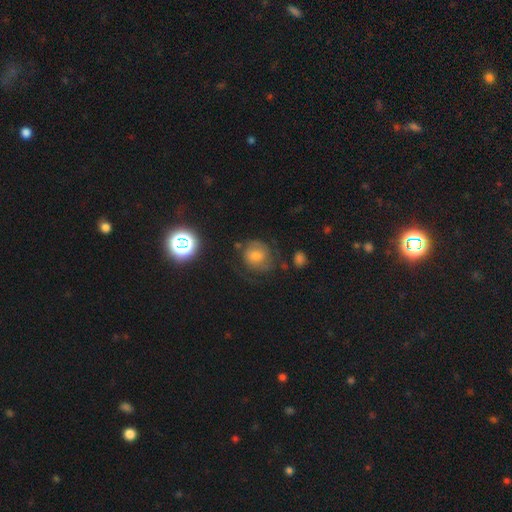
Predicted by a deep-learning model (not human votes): Smooth or featured: smooth — 46% (featured or disk — 38%)
Merging: none — 61% (minor disturbance — 22%)